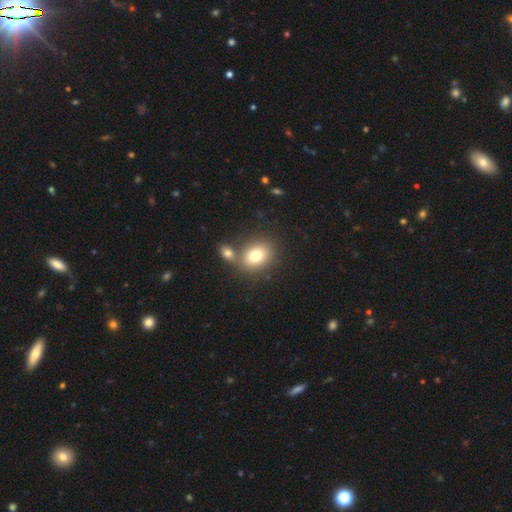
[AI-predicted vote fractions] smooth 77%, featured or disk 13%, star or artifact 11%. Down the decision tree: how rounded — in between (51%); merging — none (61%).